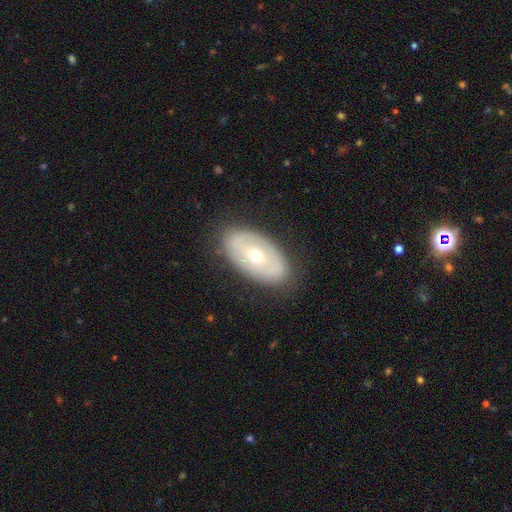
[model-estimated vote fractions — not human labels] smooth_or_featured: featured or disk (p=0.54) [alt: smooth p=0.40]
disk_edge_on: no (p=0.88) [alt: yes p=0.12]
merging: none (p=0.82) [alt: minor disturbance p=0.13]